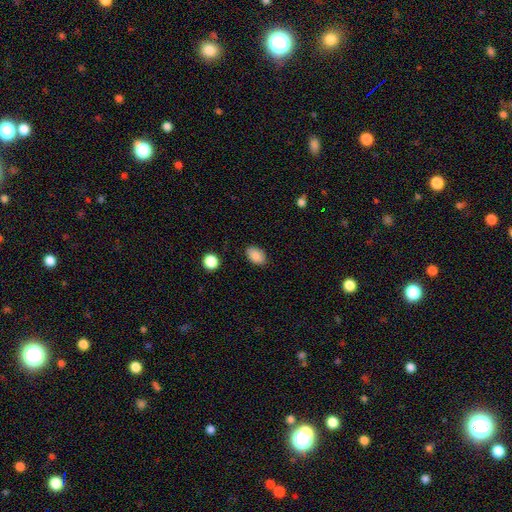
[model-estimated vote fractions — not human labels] Smooth or featured? Predicted: smooth (p=0.88). How rounded? Predicted: in between (p=0.87). Merging? Predicted: none (p=0.86).